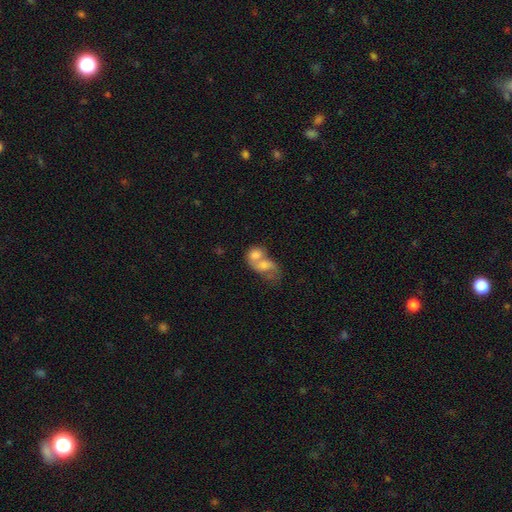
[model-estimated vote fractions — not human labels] smooth 59%, featured or disk 32%, star or artifact 9%. Down the decision tree: how rounded — in between (62%); merging — merger (76%).